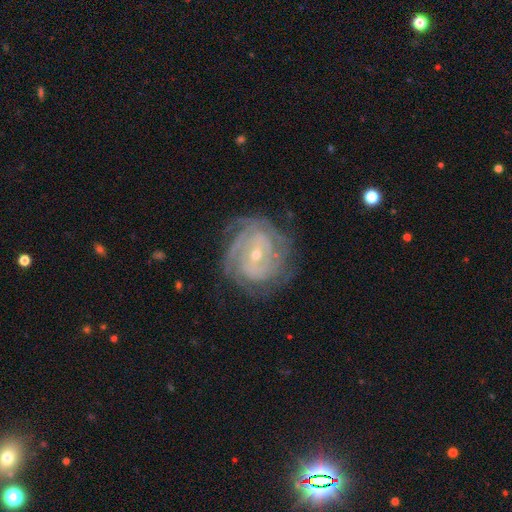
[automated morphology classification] type=featured or disk (86%); edge-on=no (97%); bar=weak (43%); spiral arms=yes (95%); winding=tight (73%); arm count=can't tell (34%); bulge=small (66%); merging=none (73%).